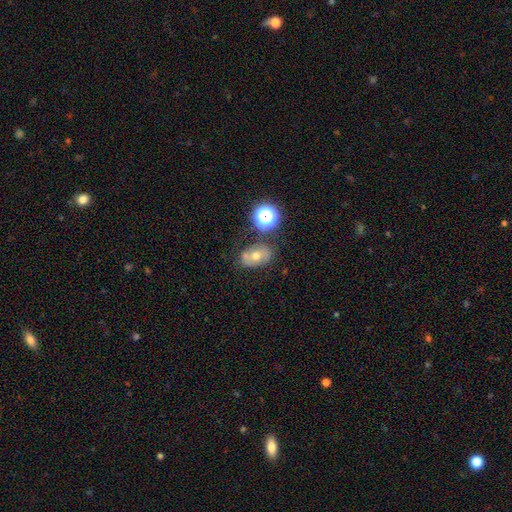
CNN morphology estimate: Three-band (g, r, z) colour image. It shows a smooth galaxy with no disk features (46%). Merging: none (70%).